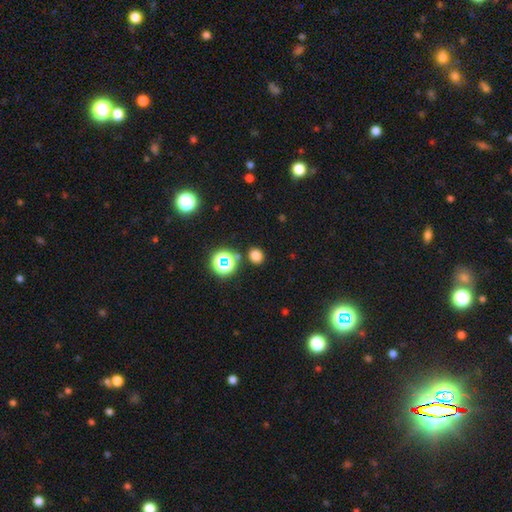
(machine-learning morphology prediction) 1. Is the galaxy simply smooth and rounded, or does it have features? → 74% smooth, 21% star or artifact, 5% featured or disk.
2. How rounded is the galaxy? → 77% round, 22% in between, 1% cigar-shaped.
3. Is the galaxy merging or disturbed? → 85% none, 7% minor disturbance, 4% merger, 3% major disturbance.